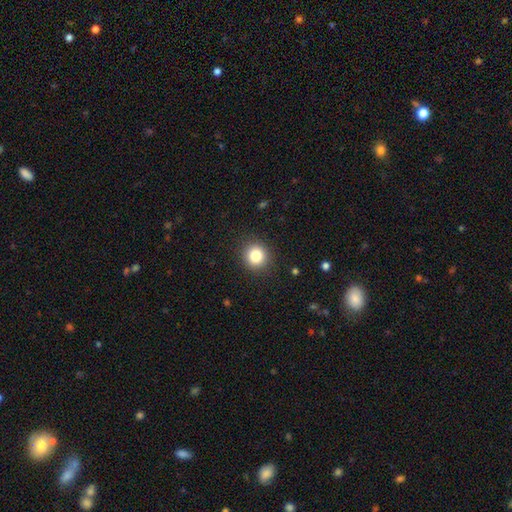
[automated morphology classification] A smooth galaxy with no disk features (83%) that is round (90%). Merging: none (90%).